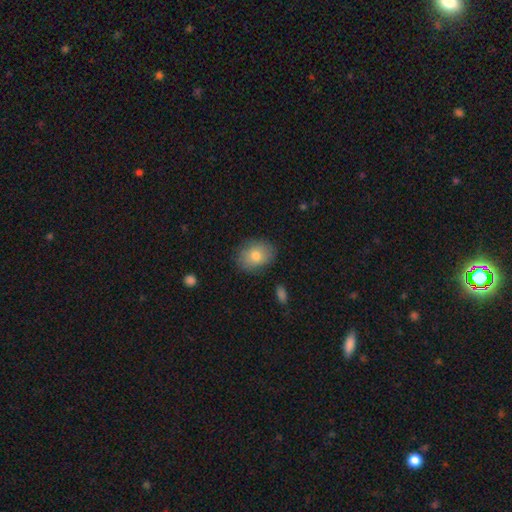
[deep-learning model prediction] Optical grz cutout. It shows a smooth galaxy with no disk features (77%) that is in between round and cigar-shaped (63%). Merging: none (83%).